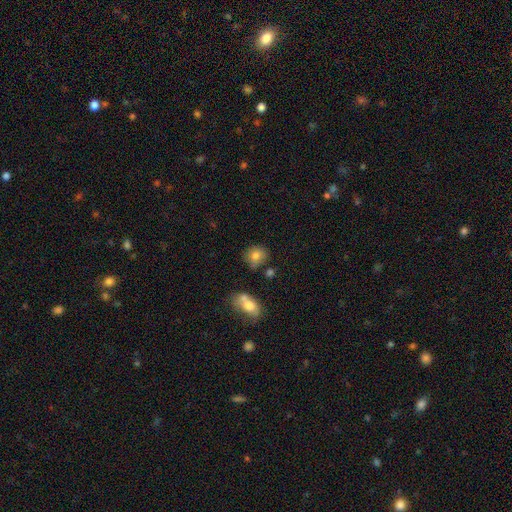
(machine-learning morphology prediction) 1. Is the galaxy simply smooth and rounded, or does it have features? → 77% smooth, 12% featured or disk, 11% star or artifact.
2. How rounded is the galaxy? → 70% round, 29% in between, 1% cigar-shaped.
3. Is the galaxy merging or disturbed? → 64% none, 19% minor disturbance, 10% merger, 6% major disturbance.